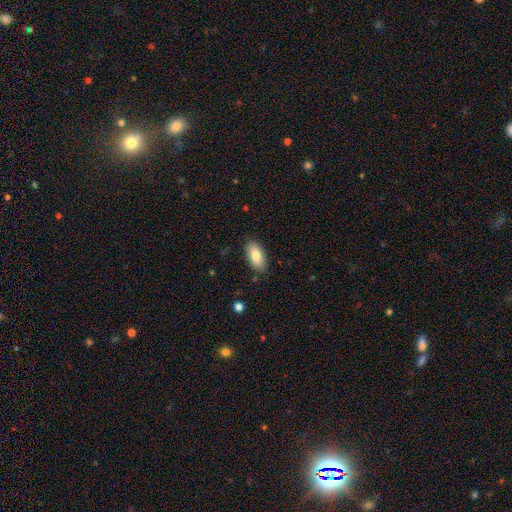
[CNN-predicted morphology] Overall: smooth (81%). How rounded: in between (91%). Merging: none (86%).